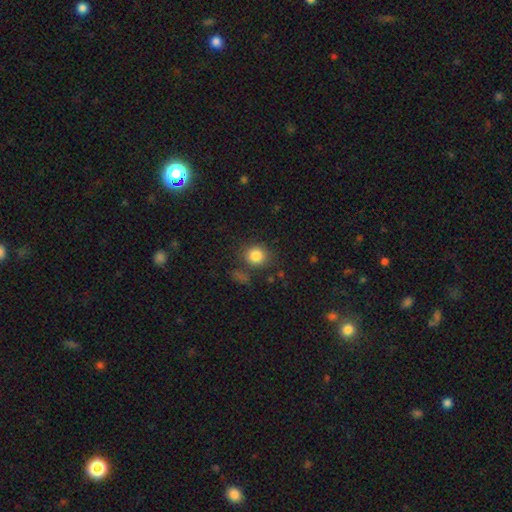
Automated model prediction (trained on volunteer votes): Smooth or featured? smooth (84%)
How rounded? round (81%)
Merging? none (75%)